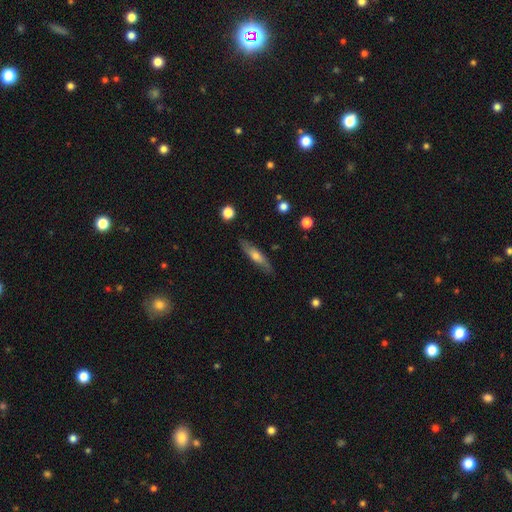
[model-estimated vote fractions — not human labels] Smooth or featured? Predicted: smooth (p=0.47, tied with featured or disk). Merging? Predicted: none (p=0.83).